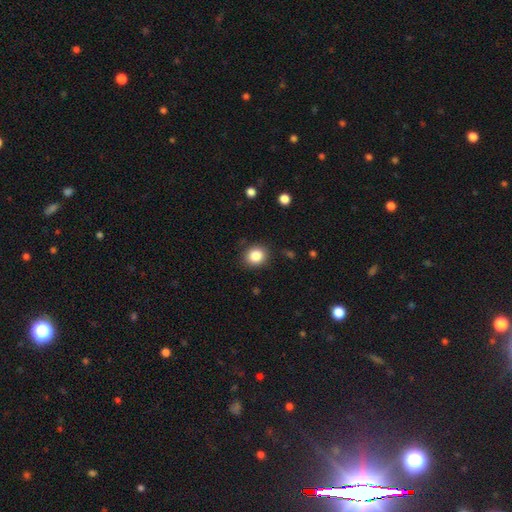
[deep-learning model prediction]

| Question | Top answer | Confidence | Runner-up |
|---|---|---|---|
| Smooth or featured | smooth | 85% | star or artifact (10%) |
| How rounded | round | 75% | in between (24%) |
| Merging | none | 87% | minor disturbance (9%) |